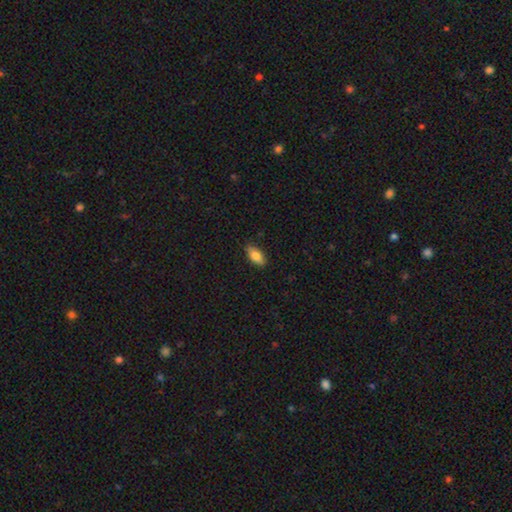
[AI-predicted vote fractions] The model was most divided on "smooth or featured": smooth: 77%, featured or disk: 16%, star or artifact: 7%. More confident: merging — none (86%); how rounded — in between (82%).